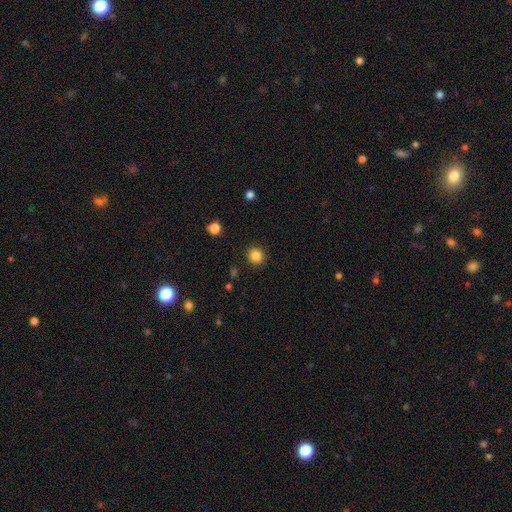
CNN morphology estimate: A smooth galaxy with no disk features (84%) that is round (83%).

Vote fractions:
- Smooth or featured? smooth: 84% / star or artifact: 11% / featured or disk: 4%
- How rounded? round: 83% / in between: 16% / cigar-shaped: 1%
- Merging? none: 90% / minor disturbance: 6% / major disturbance: 2% / merger: 1%